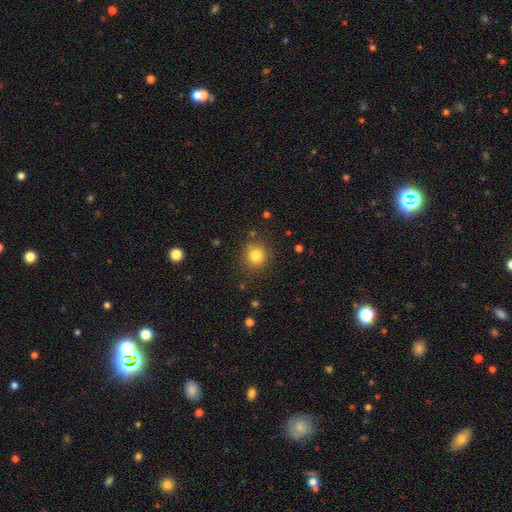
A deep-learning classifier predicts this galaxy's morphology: Overall: smooth (80%). How rounded: round (90%). Merging: none (85%).